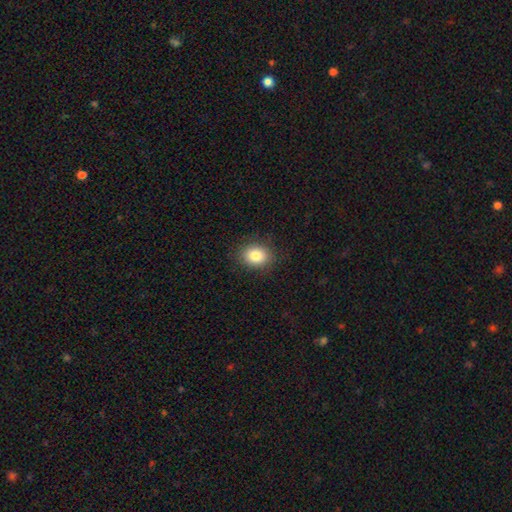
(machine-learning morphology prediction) This appears to be a smooth galaxy with no disk features (83%) that is round (53%). Merging: none (88%).